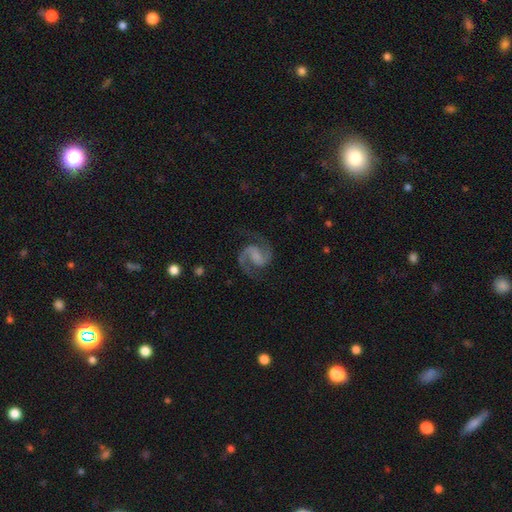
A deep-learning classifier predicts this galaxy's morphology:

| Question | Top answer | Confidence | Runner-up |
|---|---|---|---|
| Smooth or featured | featured or disk | 92% | star or artifact (4%) |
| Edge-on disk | no | 98% | yes (2%) |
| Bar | weak | 44% | no (39%) |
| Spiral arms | yes | 98% | no (2%) |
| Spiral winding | medium | 65% | loose (18%) |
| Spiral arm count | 2 | 94% | can't tell (1%) |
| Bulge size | none | 52% | moderate (19%) |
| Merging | none | 80% | minor disturbance (12%) |